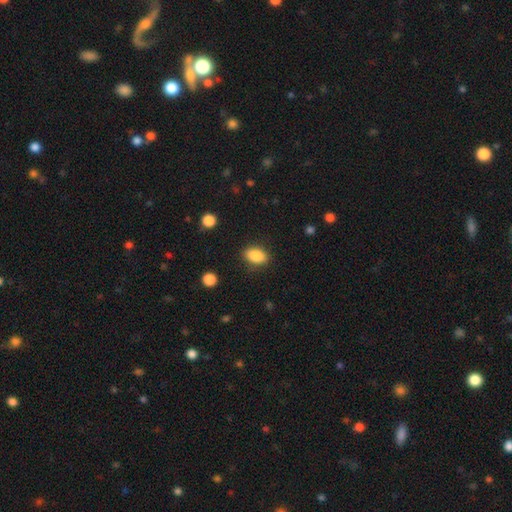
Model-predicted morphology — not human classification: smooth-or-featured: smooth: 88% | star or artifact: 8% | featured or disk: 4%
  how-rounded: in between: 88% | round: 10% | cigar-shaped: 2%
  merging: none: 87% | minor disturbance: 9% | major disturbance: 3% | merger: 1%